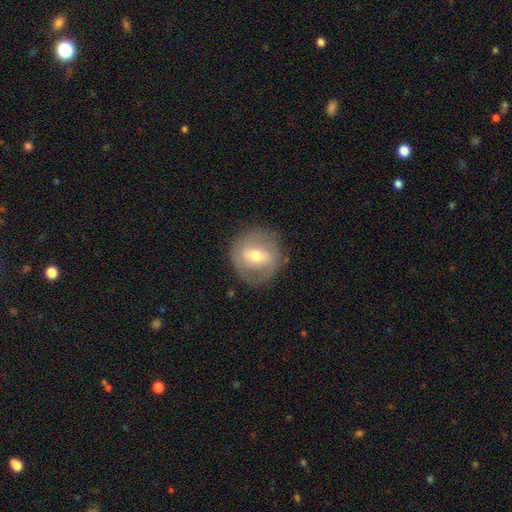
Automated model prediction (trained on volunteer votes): Q: Smooth or featured?
A: featured or disk (59%); runner-up: smooth (33%)
Q: Edge-on disk?
A: no (94%); runner-up: yes (6%)
Q: Bar?
A: weak (46%); runner-up: strong (33%)
Q: Spiral arms?
A: yes (60%); runner-up: no (40%)
Q: Bulge size?
A: moderate (66%); runner-up: small (28%)
Q: Merging?
A: none (81%); runner-up: minor disturbance (13%)